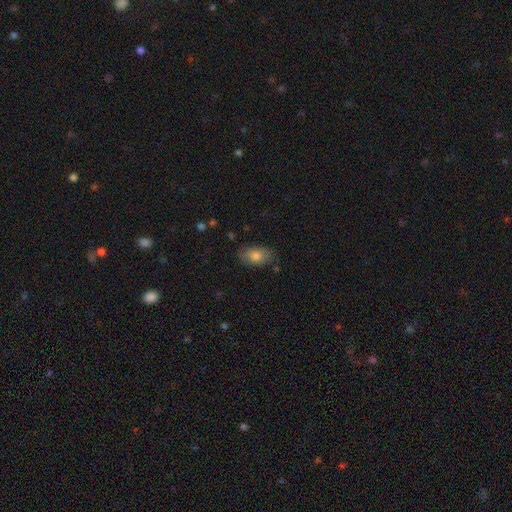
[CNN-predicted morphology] smooth 81%, featured or disk 11%, star or artifact 7%. Down the decision tree: how rounded — in between (90%); merging — none (78%).